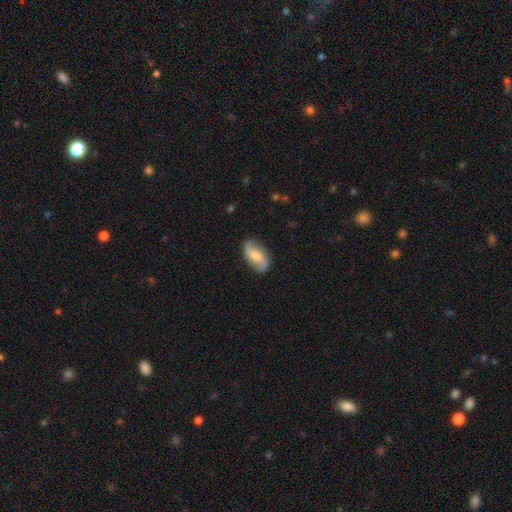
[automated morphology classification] The model was most divided on "bar": weak: 43%, no: 39%, strong: 19%. Remaining: edge-on disk — no (96%); spiral arms — yes (93%); spiral arm count — 2 (92%); merging — none (82%); smooth or featured — featured or disk (68%); spiral winding — loose (63%); bulge size — moderate (44%).